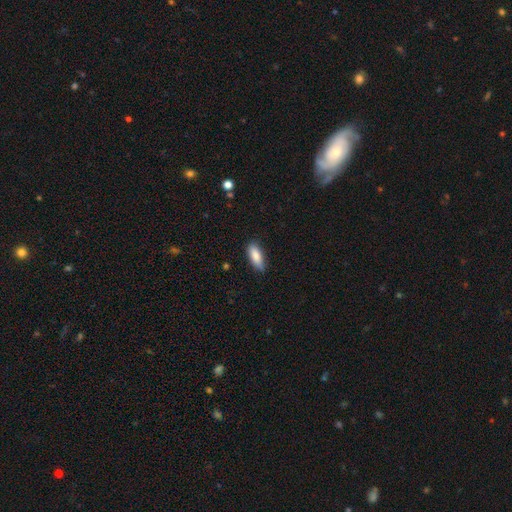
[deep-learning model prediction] A smooth galaxy with no disk features (86%) that is in between round and cigar-shaped (72%).

Vote fractions:
- Smooth or featured? smooth: 86% / featured or disk: 8% / star or artifact: 6%
- How rounded? in between: 72% / cigar-shaped: 26% / round: 2%
- Merging? none: 78% / minor disturbance: 18% / major disturbance: 3% / merger: 1%